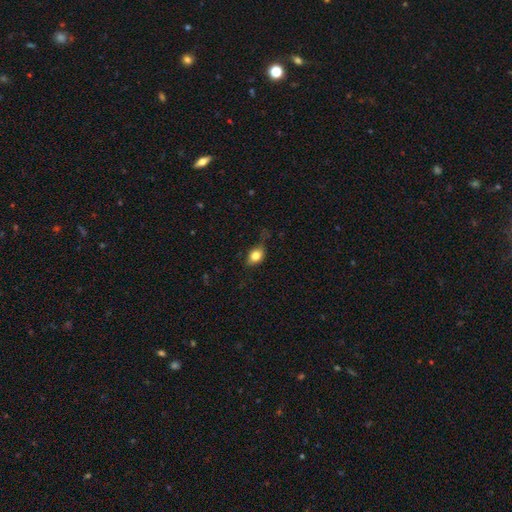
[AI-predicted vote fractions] Smooth or featured? smooth (77%)
How rounded? in between (65%)
Merging? none (58%)